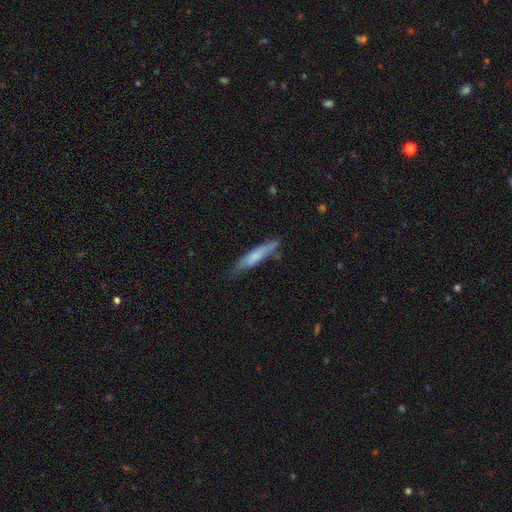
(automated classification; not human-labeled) smooth-or-featured: smooth: 63% | featured or disk: 31% | star or artifact: 6%
  how-rounded: cigar-shaped: 90% | in between: 9% | round: 1%
  merging: none: 74% | minor disturbance: 20% | major disturbance: 3% | merger: 3%